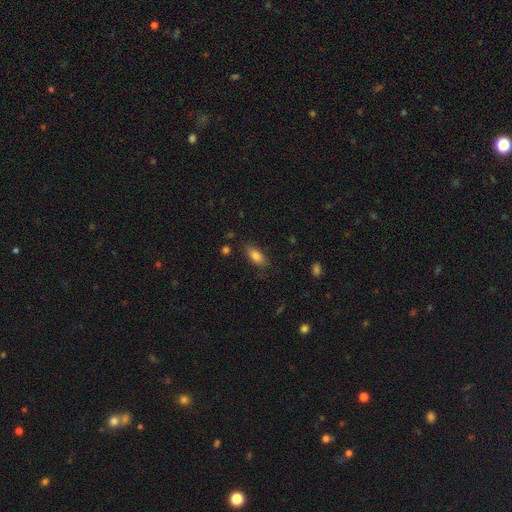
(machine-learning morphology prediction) Smooth or featured: smooth — 83% (featured or disk — 8%)
How rounded: in between — 86% (cigar-shaped — 11%)
Merging: none — 82% (minor disturbance — 13%)